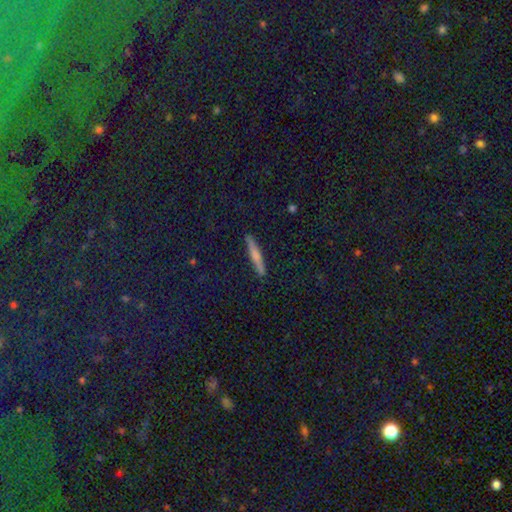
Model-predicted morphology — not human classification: Smooth or featured: smooth — 55% (featured or disk — 35%)
How rounded: cigar-shaped — 92% (in between — 6%)
Merging: none — 91% (minor disturbance — 7%)